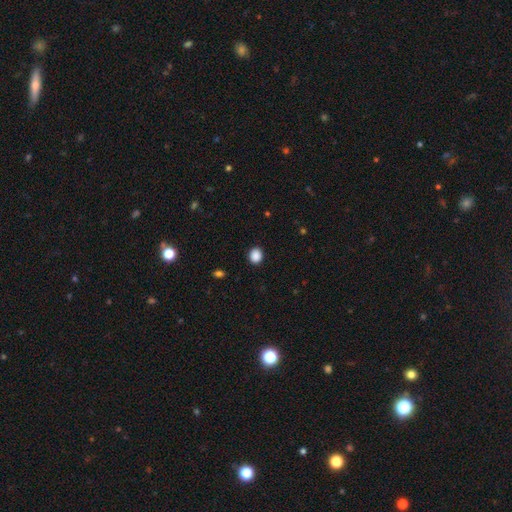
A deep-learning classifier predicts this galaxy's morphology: Smooth or featured? Predicted: smooth (p=0.88). How rounded? Predicted: round (p=0.73). Merging? Predicted: none (p=0.91).